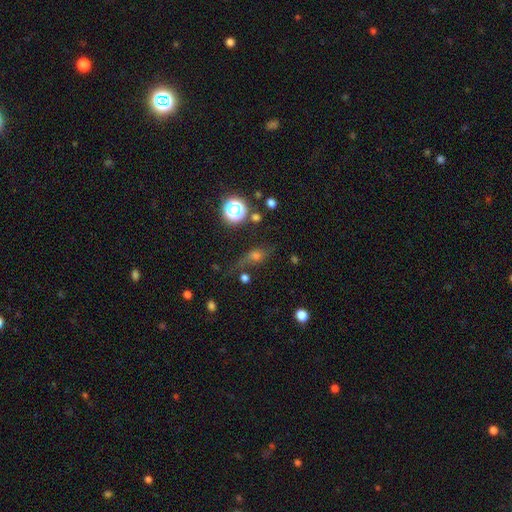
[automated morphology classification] A smooth galaxy with no disk features (53%) that is in between round and cigar-shaped (48%). Merging: none (54%).